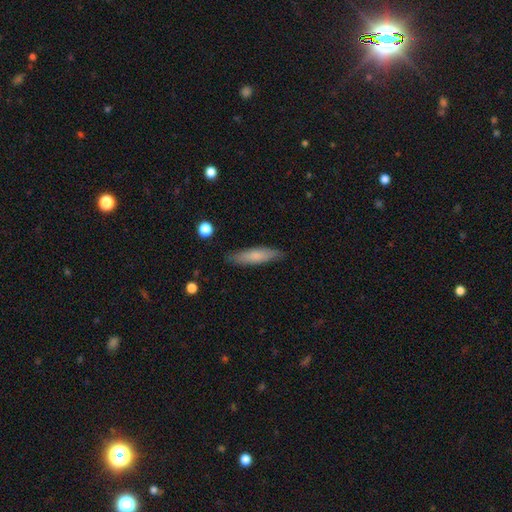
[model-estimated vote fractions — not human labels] Morphology: type=smooth (72%); roundness=cigar-shaped (77%); merging=none (86%).